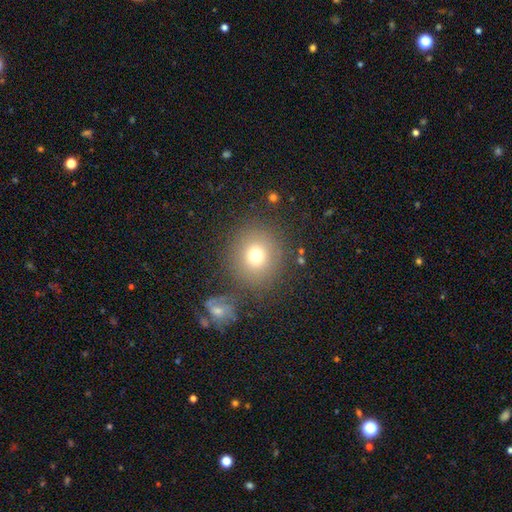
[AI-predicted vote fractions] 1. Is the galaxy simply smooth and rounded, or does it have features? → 74% smooth, 14% star or artifact, 13% featured or disk.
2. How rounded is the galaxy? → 88% round, 11% in between, 1% cigar-shaped.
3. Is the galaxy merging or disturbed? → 78% none, 10% minor disturbance, 8% merger, 5% major disturbance.